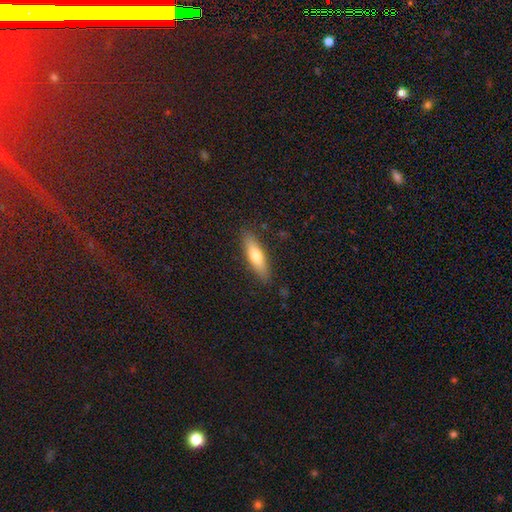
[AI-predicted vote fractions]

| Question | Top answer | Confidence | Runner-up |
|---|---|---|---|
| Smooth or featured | smooth | 67% | featured or disk (27%) |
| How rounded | cigar-shaped | 65% | in between (33%) |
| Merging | none | 87% | minor disturbance (10%) |